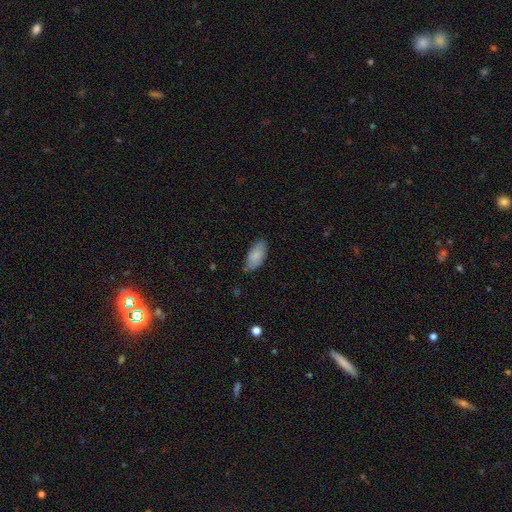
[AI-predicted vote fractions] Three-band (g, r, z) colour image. It shows a smooth galaxy with no disk features (83%) that is in between round and cigar-shaped (93%). Merging: none (70%).